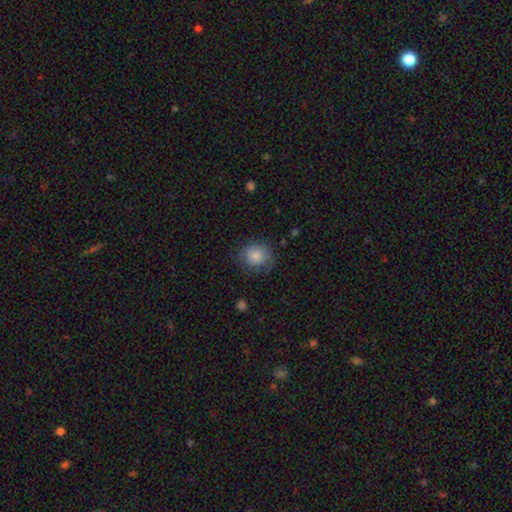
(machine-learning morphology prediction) Q: Smooth or featured?
A: smooth (83%); runner-up: featured or disk (9%)
Q: How rounded?
A: round (85%); runner-up: in between (14%)
Q: Merging?
A: none (73%); runner-up: minor disturbance (19%)